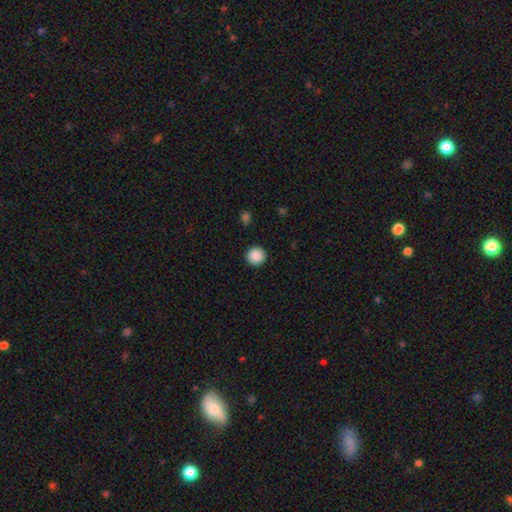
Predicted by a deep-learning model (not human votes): Q: Smooth or featured?
A: smooth (88%); runner-up: star or artifact (9%)
Q: How rounded?
A: round (95%); runner-up: in between (4%)
Q: Merging?
A: none (93%); runner-up: minor disturbance (4%)